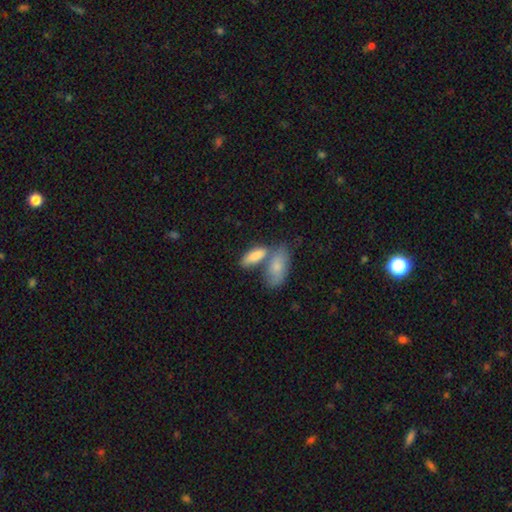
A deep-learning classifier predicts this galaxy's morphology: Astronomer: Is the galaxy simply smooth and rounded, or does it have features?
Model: smooth — 81%.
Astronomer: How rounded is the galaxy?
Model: in between — 76%.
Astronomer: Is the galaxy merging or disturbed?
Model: merger — 45% (runner-up: none, 40%).